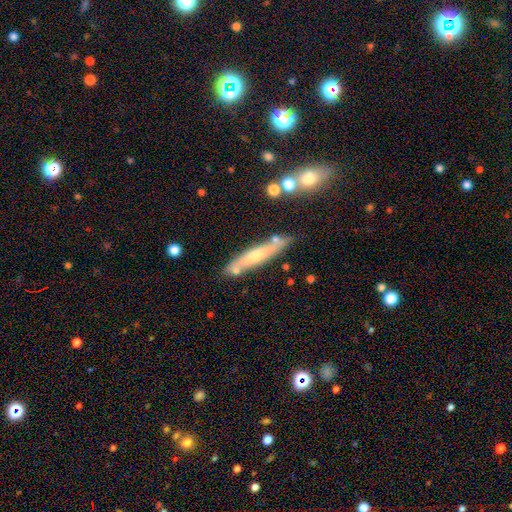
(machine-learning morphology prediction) A smooth galaxy with no disk features (47%).

Vote fractions:
- Smooth or featured? smooth: 47% / featured or disk: 46% / star or artifact: 7%
- Merging? none: 73% / minor disturbance: 15% / merger: 9% / major disturbance: 3%